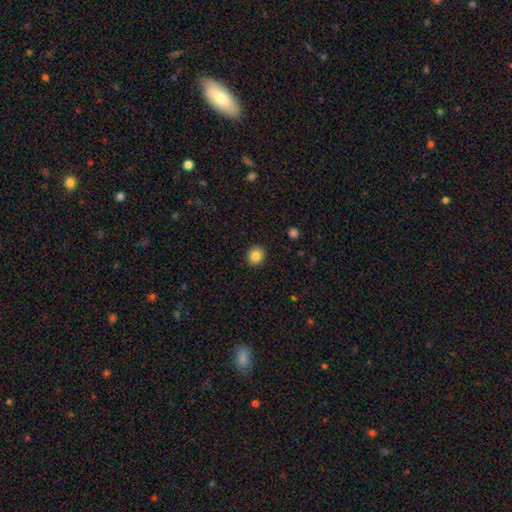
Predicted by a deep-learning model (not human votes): smooth-or-featured: smooth: 84% | star or artifact: 10% | featured or disk: 6%
  how-rounded: round: 87% | in between: 12% | cigar-shaped: 1%
  merging: none: 92% | minor disturbance: 5% | major disturbance: 2% | merger: 1%